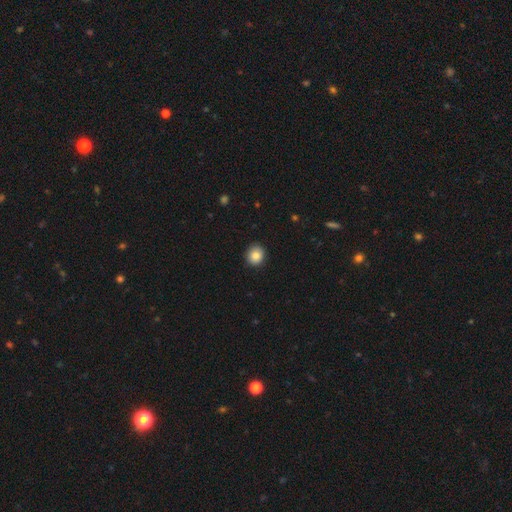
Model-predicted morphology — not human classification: Q: Smooth or featured?
A: smooth (86%); runner-up: star or artifact (9%)
Q: How rounded?
A: round (80%); runner-up: in between (19%)
Q: Merging?
A: none (89%); runner-up: minor disturbance (8%)